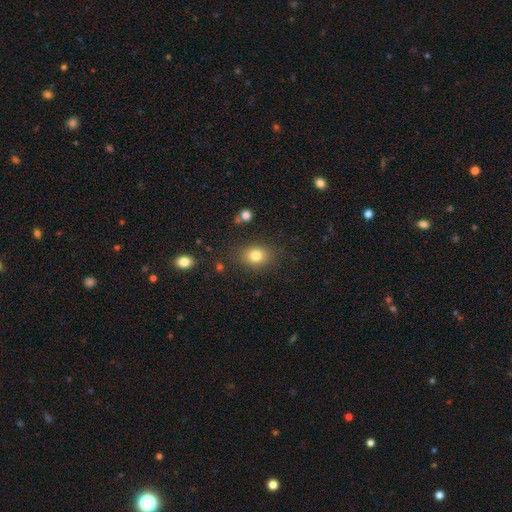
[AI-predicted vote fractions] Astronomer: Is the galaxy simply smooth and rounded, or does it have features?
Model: smooth — 80%.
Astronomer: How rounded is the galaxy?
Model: in between — 53% (runner-up: round, 46%).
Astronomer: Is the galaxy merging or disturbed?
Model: none — 82%.